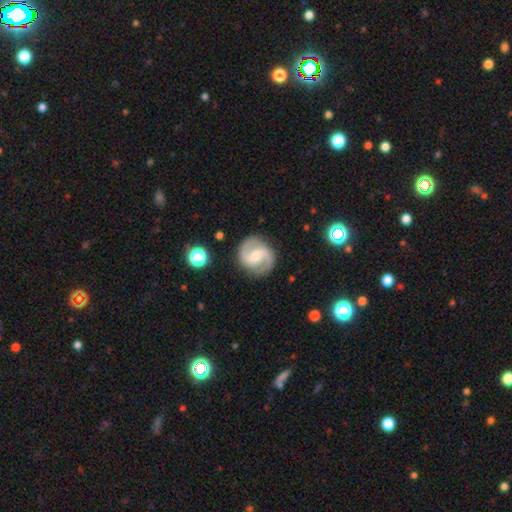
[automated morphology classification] Smooth or featured? featured or disk (86%)
Edge-on disk? no (98%)
Bar? weak (50%)
Spiral arms? yes (96%)
Spiral winding? medium (57%)
Spiral arm count? 2 (93%)
Bulge size? moderate (52%)
Merging? none (87%)